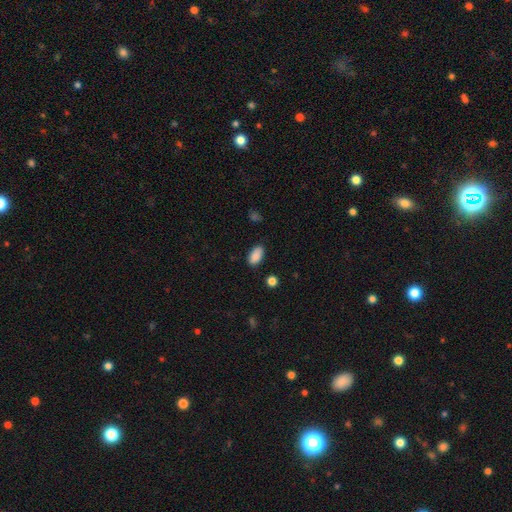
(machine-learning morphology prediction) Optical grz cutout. It shows a smooth galaxy with no disk features (89%) that is in between round and cigar-shaped (93%). Merging: none (84%).